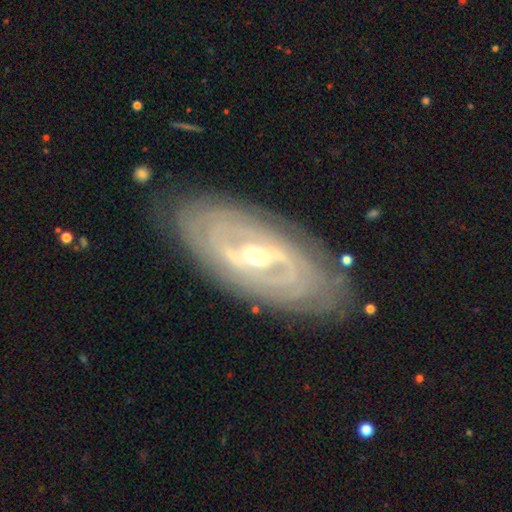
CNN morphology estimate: Smooth or featured: featured or disk — 86% (smooth — 10%)
Edge-on disk: no — 91% (yes — 9%)
Bar: weak — 39% (strong — 37%)
Spiral arms: yes — 84% (no — 16%)
Spiral winding: tight — 70% (medium — 22%)
Spiral arm count: can't tell — 40% (2 — 36%)
Bulge size: moderate — 65% (small — 29%)
Merging: none — 80% (minor disturbance — 14%)